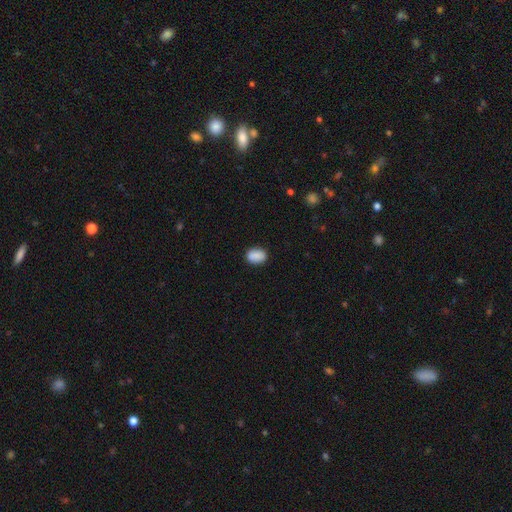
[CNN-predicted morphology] A smooth galaxy with no disk features (88%) that is in between round and cigar-shaped (76%).

Vote fractions:
- Smooth or featured? smooth: 88% / star or artifact: 8% / featured or disk: 4%
- How rounded? in between: 76% / round: 23% / cigar-shaped: 1%
- Merging? none: 82% / minor disturbance: 13% / major disturbance: 3% / merger: 2%